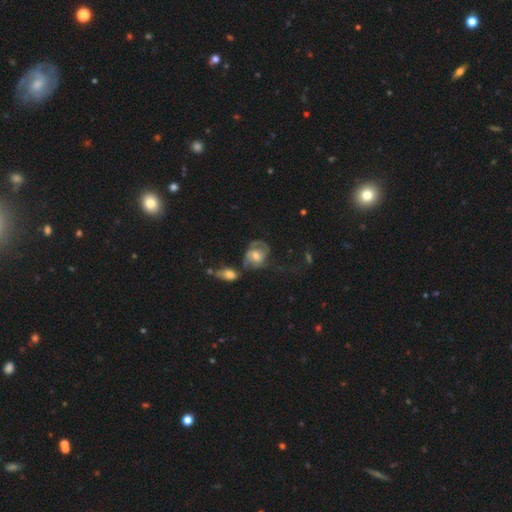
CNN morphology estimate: Q: Smooth or featured?
A: featured or disk (66%); runner-up: smooth (27%)
Q: Edge-on disk?
A: no (97%); runner-up: yes (3%)
Q: Bar?
A: no (57%); runner-up: weak (35%)
Q: Spiral arms?
A: yes (81%); runner-up: no (19%)
Q: Spiral winding?
A: tight (42%); runner-up: medium (40%)
Q: Spiral arm count?
A: 2 (53%); runner-up: can't tell (24%)
Q: Bulge size?
A: moderate (60%); runner-up: small (24%)
Q: Merging?
A: none (34%); runner-up: major disturbance (23%)